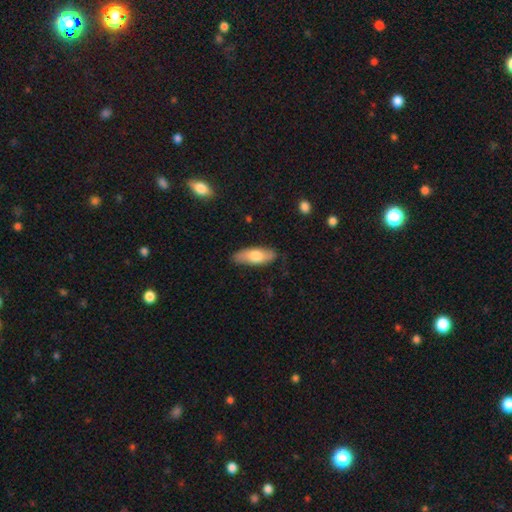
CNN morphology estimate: Q: Smooth or featured?
A: smooth (73%); runner-up: featured or disk (21%)
Q: How rounded?
A: in between (70%); runner-up: cigar-shaped (28%)
Q: Merging?
A: none (82%); runner-up: minor disturbance (14%)